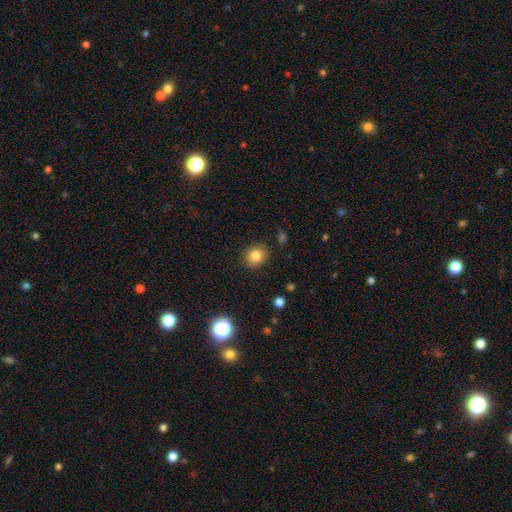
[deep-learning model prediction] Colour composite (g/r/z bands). It shows a smooth galaxy with no disk features (82%) that is round (74%). Merging: none (88%).